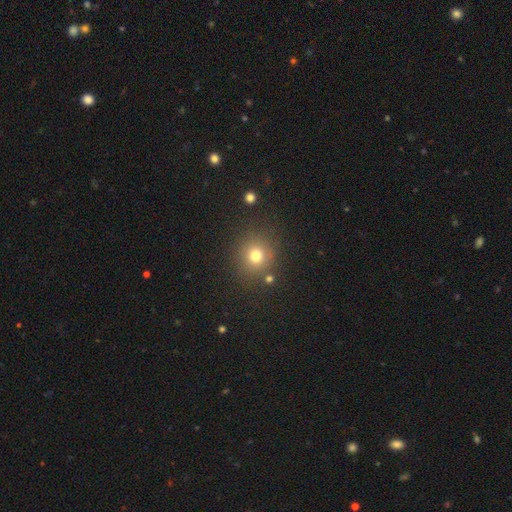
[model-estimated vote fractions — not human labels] Smooth or featured: smooth — 74% (star or artifact — 17%)
How rounded: round — 88% (in between — 11%)
Merging: none — 83% (minor disturbance — 9%)